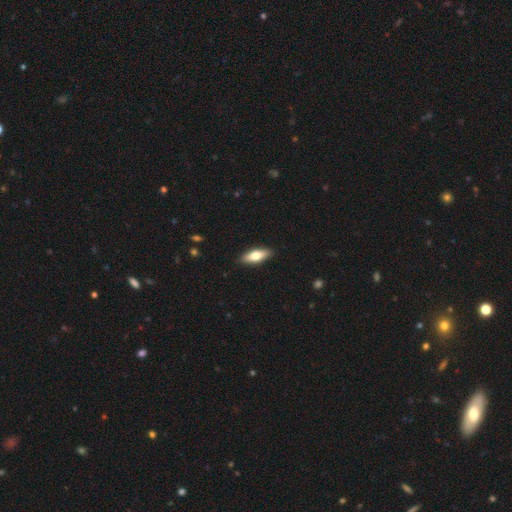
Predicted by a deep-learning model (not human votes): This is likely a smooth galaxy (68%). How rounded: likely in between (69%). Merging: clearly none (89%).